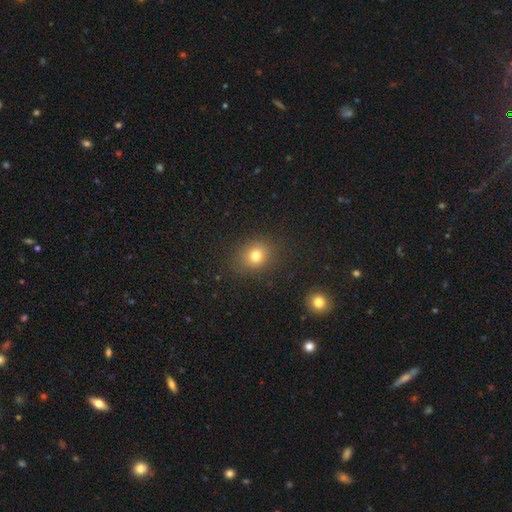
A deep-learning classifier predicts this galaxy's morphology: smooth 77%, star or artifact 15%, featured or disk 8%. Down the decision tree: how rounded — round (73%); merging — none (87%).